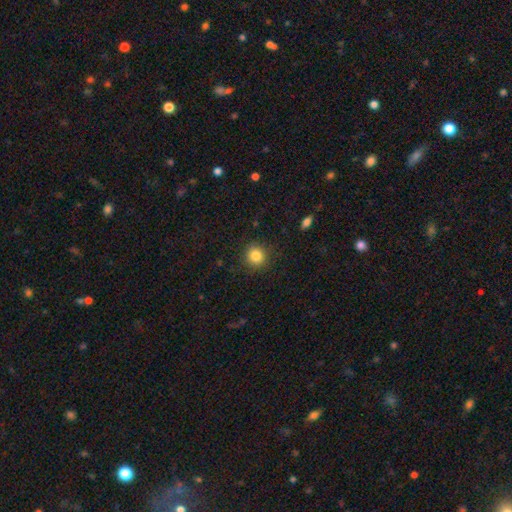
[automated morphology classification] type=smooth (84%); roundness=round (89%); merging=none (89%).